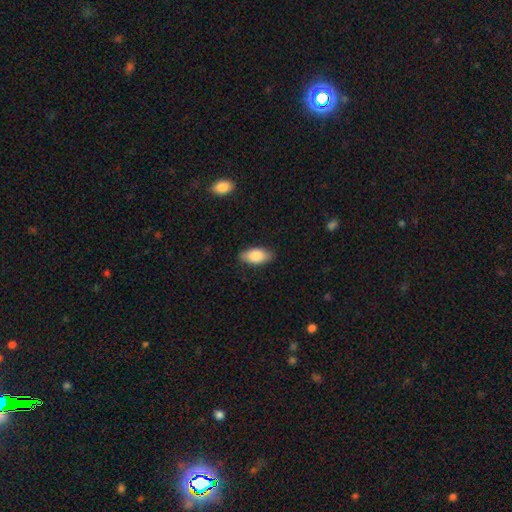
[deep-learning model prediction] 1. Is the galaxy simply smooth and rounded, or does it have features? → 83% smooth, 11% featured or disk, 6% star or artifact.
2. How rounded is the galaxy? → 92% in between, 5% cigar-shaped, 3% round.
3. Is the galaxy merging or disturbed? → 84% none, 12% minor disturbance, 2% major disturbance, 1% merger.